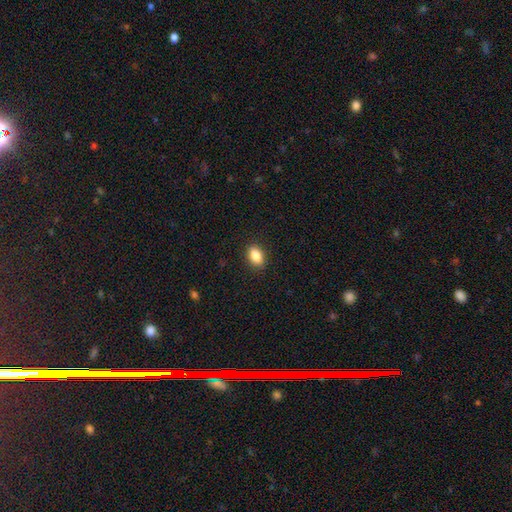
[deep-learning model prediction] Morphology: type=smooth (86%); roundness=in between (84%); merging=none (89%).